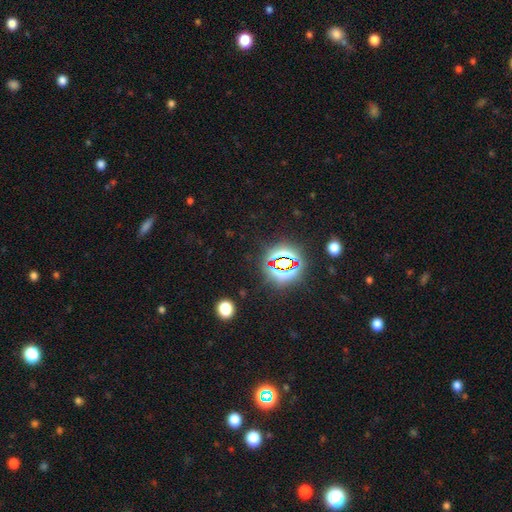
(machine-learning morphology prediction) Smooth or featured: star or artifact — 81% (smooth — 12%)